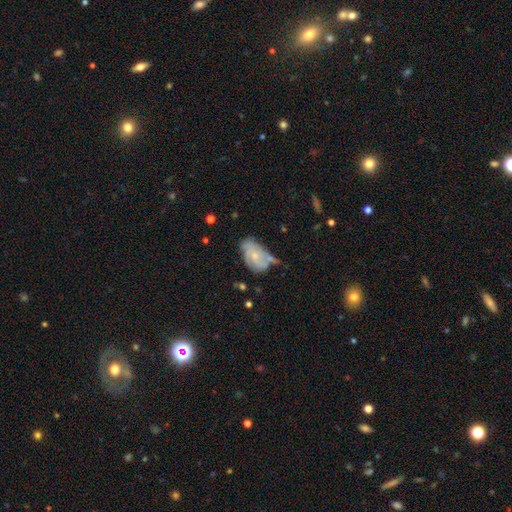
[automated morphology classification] featured or disk 58%, smooth 34%, star or artifact 8%. Down the decision tree: edge-on disk — no (96%); bar — no (76%); spiral arms — yes (71%); bulge size — small (63%); merging — none (36%).